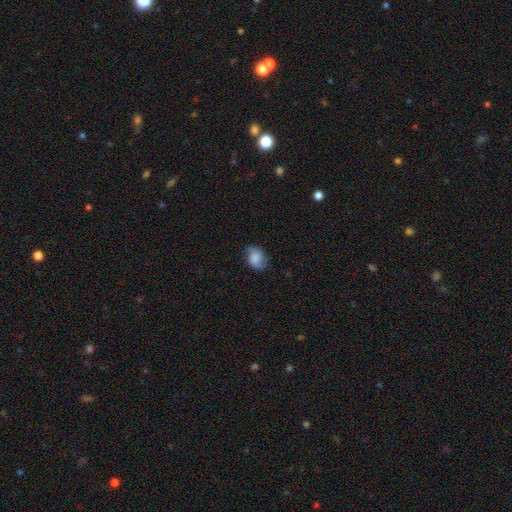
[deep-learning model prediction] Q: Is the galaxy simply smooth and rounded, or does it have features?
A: smooth — 53%.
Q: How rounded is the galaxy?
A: in between — 64%.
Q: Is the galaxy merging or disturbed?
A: none — 69%.